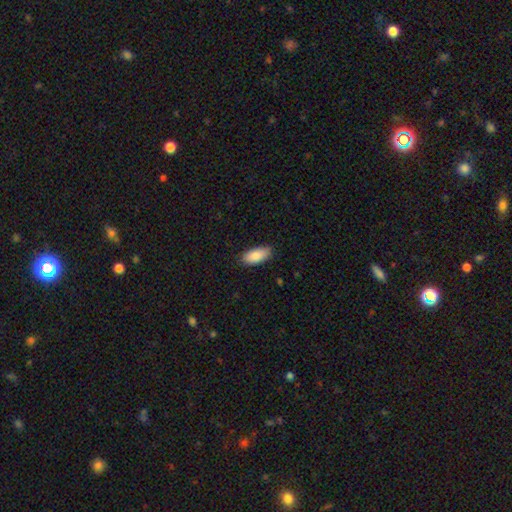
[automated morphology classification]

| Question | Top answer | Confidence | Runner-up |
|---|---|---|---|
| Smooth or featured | smooth | 88% | featured or disk (6%) |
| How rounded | in between | 91% | cigar-shaped (7%) |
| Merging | none | 84% | minor disturbance (13%) |